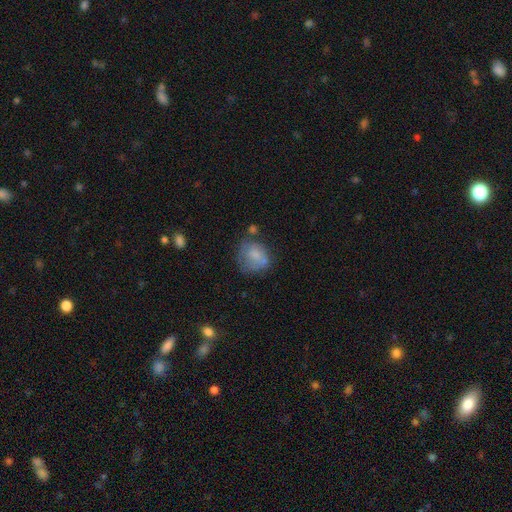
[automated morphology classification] This is likely a smooth galaxy (69%). How rounded: likely round (68%). Merging: marginally none (44%).